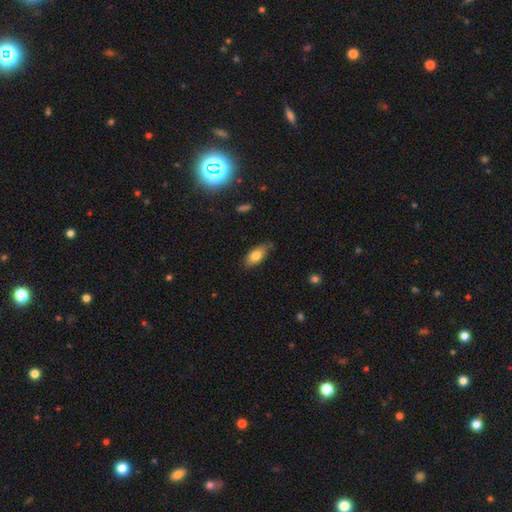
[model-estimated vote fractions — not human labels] Smooth or featured: smooth — 77% (featured or disk — 15%)
How rounded: in between — 86% (cigar-shaped — 11%)
Merging: none — 72% (minor disturbance — 23%)